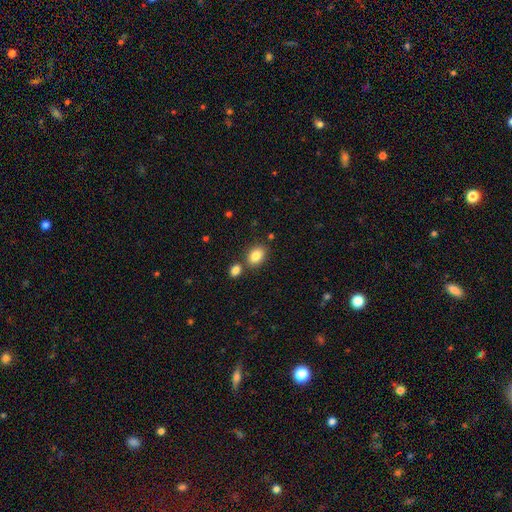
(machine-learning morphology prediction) type=smooth (84%); roundness=in between (76%); merging=none (70%).